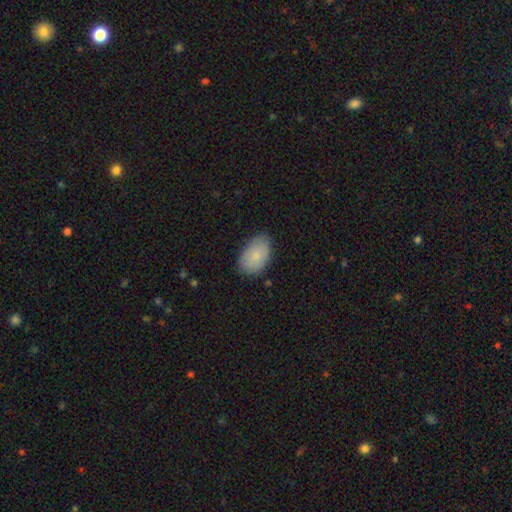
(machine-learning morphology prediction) A smooth galaxy with no disk features (83%) that is in between round and cigar-shaped (91%). Merging: none (77%).